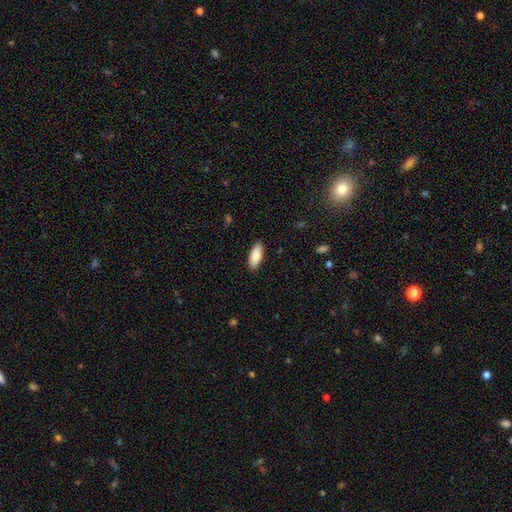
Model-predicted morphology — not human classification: The model was most divided on "how rounded": in between: 81%, cigar-shaped: 17%, round: 2%. More confident: merging — none (89%); smooth or featured — smooth (86%).